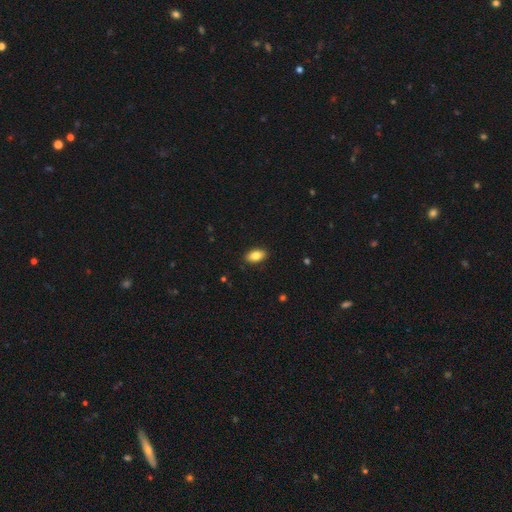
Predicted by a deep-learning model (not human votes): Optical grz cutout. It shows a smooth galaxy with no disk features (84%) that is in between round and cigar-shaped (92%). Merging: none (89%).